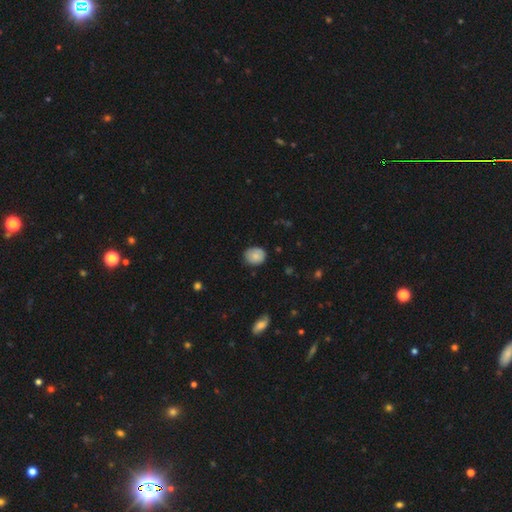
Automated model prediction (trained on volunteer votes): This is likely a smooth galaxy (79%). How rounded: likely round (63%). Merging: likely none (77%).